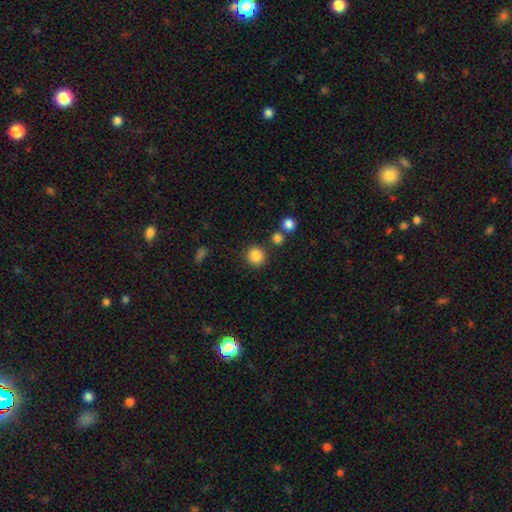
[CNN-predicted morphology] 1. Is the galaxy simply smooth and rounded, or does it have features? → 86% smooth, 10% star or artifact, 4% featured or disk.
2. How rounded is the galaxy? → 92% round, 7% in between, 1% cigar-shaped.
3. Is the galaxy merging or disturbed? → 85% none, 7% minor disturbance, 5% merger, 3% major disturbance.